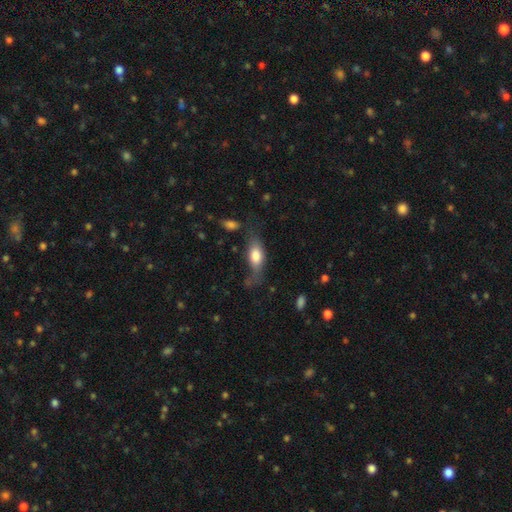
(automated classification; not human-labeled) Smooth or featured? smooth (70%)
How rounded? in between (81%)
Merging? none (41%)